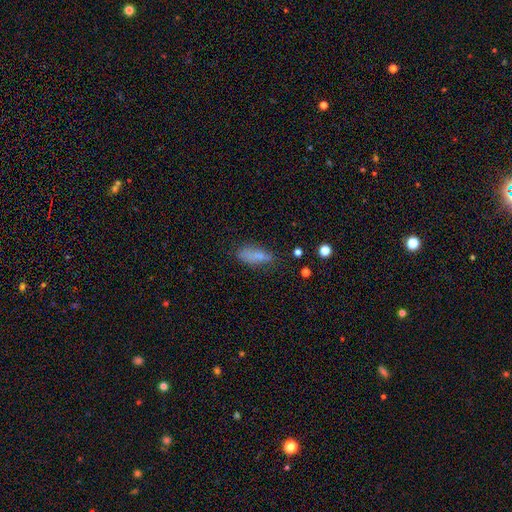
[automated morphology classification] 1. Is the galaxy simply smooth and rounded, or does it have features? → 72% smooth, 16% featured or disk, 12% star or artifact.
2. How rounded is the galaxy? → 70% in between, 27% cigar-shaped, 4% round.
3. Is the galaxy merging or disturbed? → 54% none, 28% minor disturbance, 13% major disturbance, 5% merger.